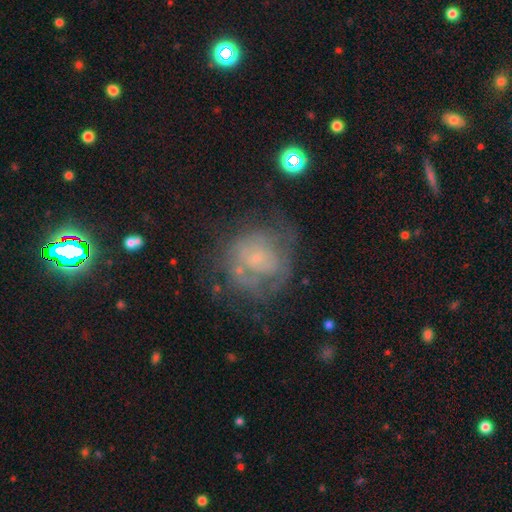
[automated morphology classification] Smooth or featured? featured or disk (57%)
Edge-on disk? no (97%)
Bar? no (81%)
Spiral arms? yes (52%)
Bulge size? small (66%)
Merging? none (50%)